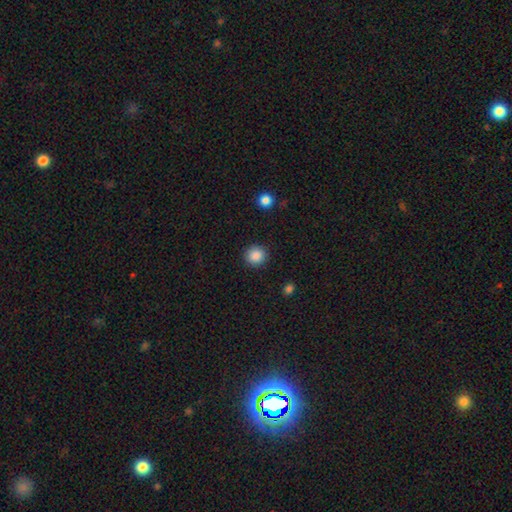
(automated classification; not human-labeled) This appears to be a smooth galaxy with no disk features (88%) that is round (92%). Merging: none (91%).